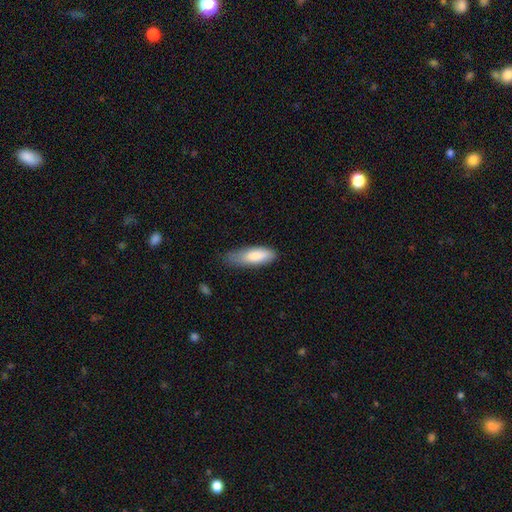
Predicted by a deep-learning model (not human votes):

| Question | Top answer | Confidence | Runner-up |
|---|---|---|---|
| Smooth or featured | smooth | 82% | featured or disk (12%) |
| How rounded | in between | 62% | cigar-shaped (36%) |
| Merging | none | 51% | minor disturbance (37%) |